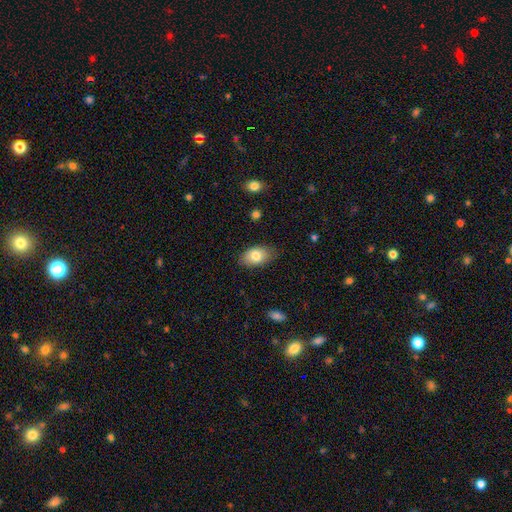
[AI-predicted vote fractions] This is clearly a smooth galaxy (81%). How rounded: clearly in between (90%). Merging: likely none (78%).